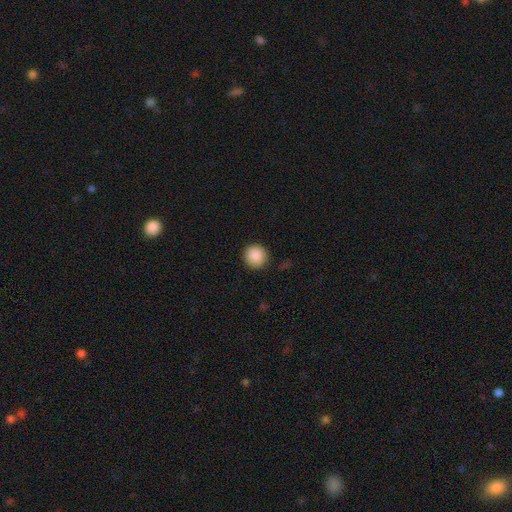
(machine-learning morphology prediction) The model was most divided on "smooth or featured": smooth: 88%, star or artifact: 8%, featured or disk: 4%. More confident: how rounded — round (95%); merging — none (91%).